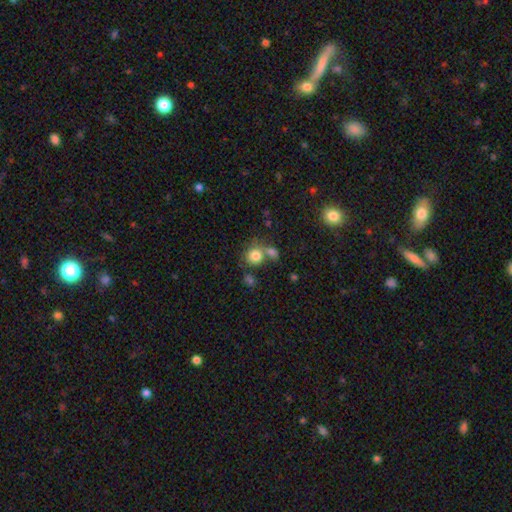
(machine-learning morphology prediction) smooth_or_featured: smooth (p=0.81) [alt: star or artifact p=0.10]
how_rounded: round (p=0.79) [alt: in between p=0.20]
merging: none (p=0.47) [alt: merger p=0.37]